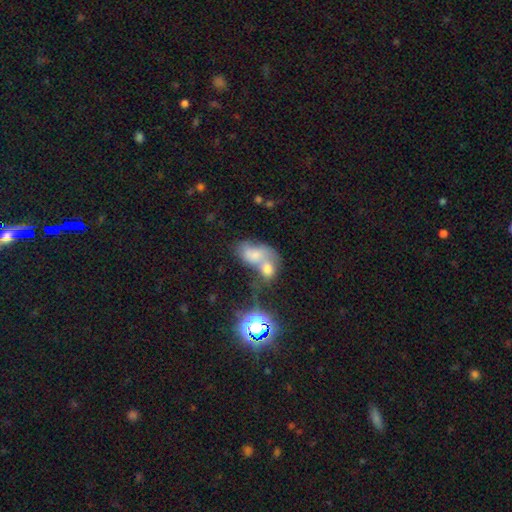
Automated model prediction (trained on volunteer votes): Smooth or featured? smooth (56%)
How rounded? in between (80%)
Merging? merger (64%)